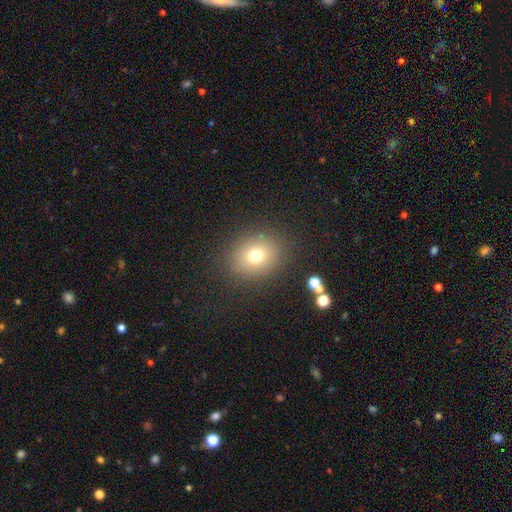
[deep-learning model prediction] Smooth or featured? smooth (73%)
How rounded? round (60%)
Merging? none (85%)